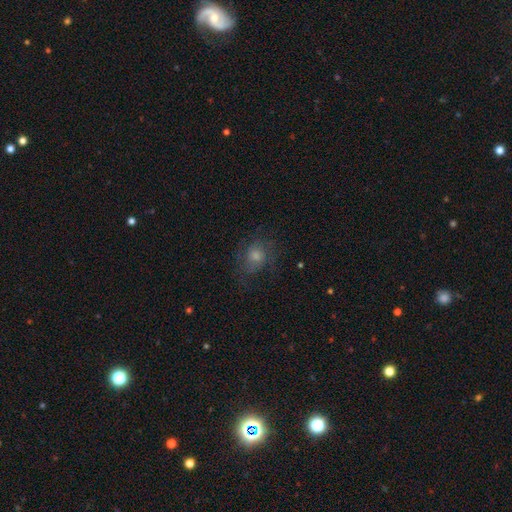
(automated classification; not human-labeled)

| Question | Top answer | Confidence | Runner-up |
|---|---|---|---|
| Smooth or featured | smooth | 43% | featured or disk (36%) |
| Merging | none | 67% | minor disturbance (18%) |